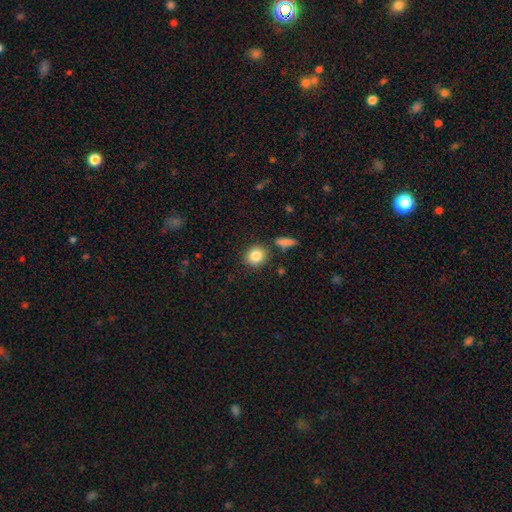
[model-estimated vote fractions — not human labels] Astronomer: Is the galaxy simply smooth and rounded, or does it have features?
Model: smooth — 85%.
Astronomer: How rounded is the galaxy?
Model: round — 79%.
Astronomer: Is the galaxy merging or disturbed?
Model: none — 83%.